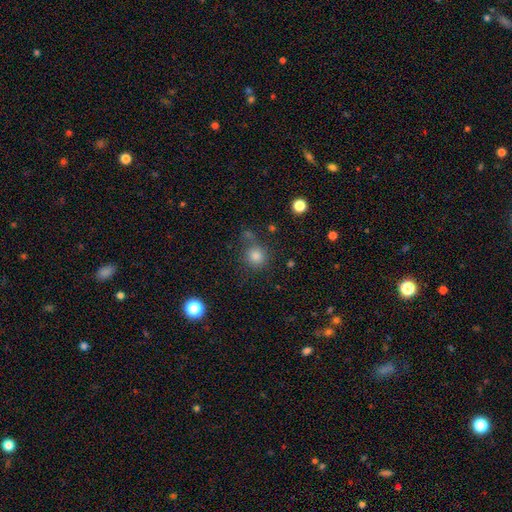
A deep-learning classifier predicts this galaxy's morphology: This appears to be a smooth galaxy with no disk features (81%) that is round (89%). Merging: none (71%).